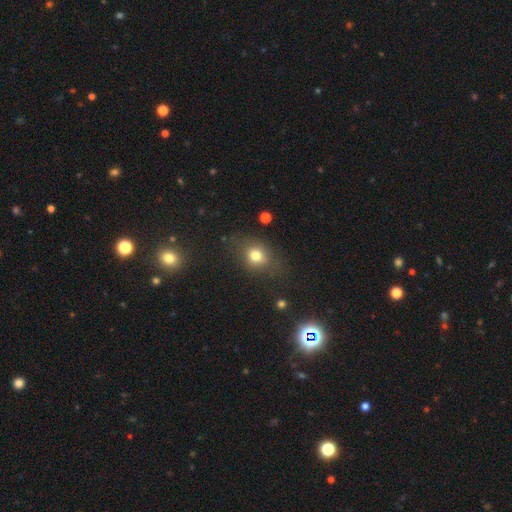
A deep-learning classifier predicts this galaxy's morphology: smooth 75%, star or artifact 14%, featured or disk 11%. Down the decision tree: how rounded — round (50%); merging — none (69%).